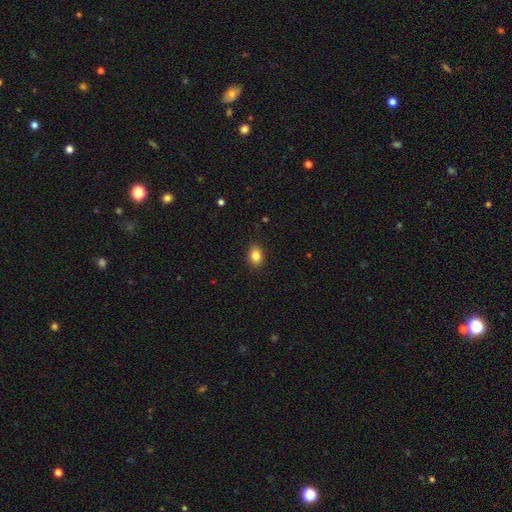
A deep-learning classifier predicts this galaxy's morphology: smooth_or_featured: smooth (p=0.84) [alt: star or artifact p=0.10]
how_rounded: in between (p=0.65) [alt: round p=0.34]
merging: none (p=0.89) [alt: minor disturbance p=0.08]